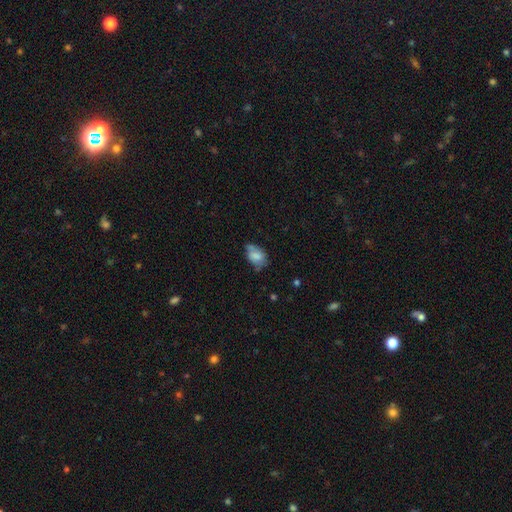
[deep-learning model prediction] This appears to be a smooth galaxy with no disk features (68%) that is in between round and cigar-shaped (81%). Merging: none (40%).